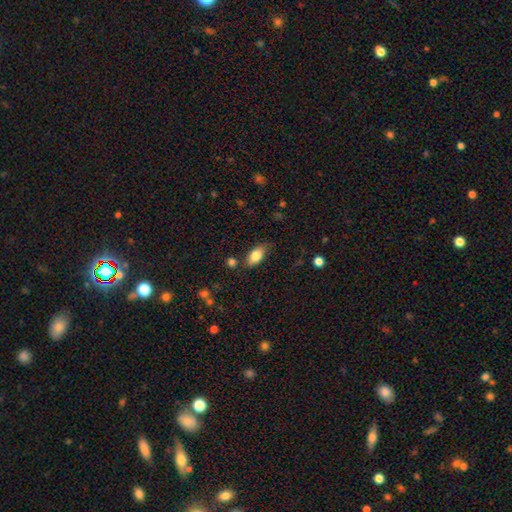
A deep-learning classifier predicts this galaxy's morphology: smooth-or-featured: smooth: 81% | featured or disk: 12% | star or artifact: 7%
  how-rounded: in between: 90% | cigar-shaped: 6% | round: 4%
  merging: none: 72% | minor disturbance: 19% | major disturbance: 5% | merger: 4%